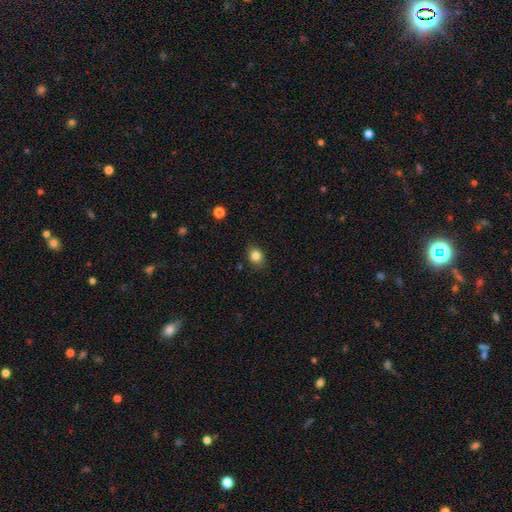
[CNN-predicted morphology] smooth_or_featured: smooth (p=0.83) [alt: star or artifact p=0.11]
how_rounded: round (p=0.55) [alt: in between p=0.44]
merging: none (p=0.85) [alt: minor disturbance p=0.11]